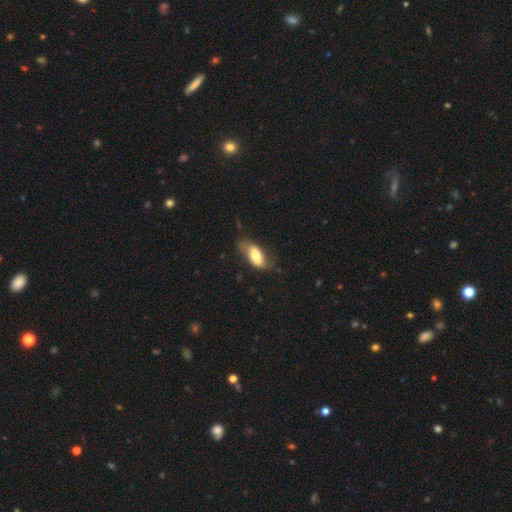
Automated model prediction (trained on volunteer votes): Smooth or featured? Predicted: smooth (p=0.67). How rounded? Predicted: in between (p=0.87). Merging? Predicted: none (p=0.55).